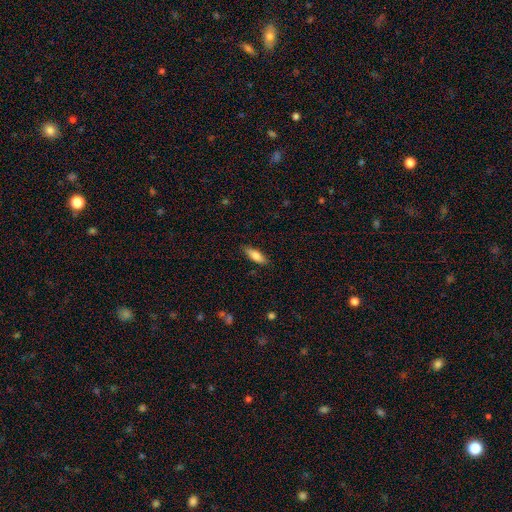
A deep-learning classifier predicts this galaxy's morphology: Smooth or featured: smooth — 82% (featured or disk — 12%)
How rounded: in between — 64% (cigar-shaped — 34%)
Merging: none — 85% (minor disturbance — 12%)